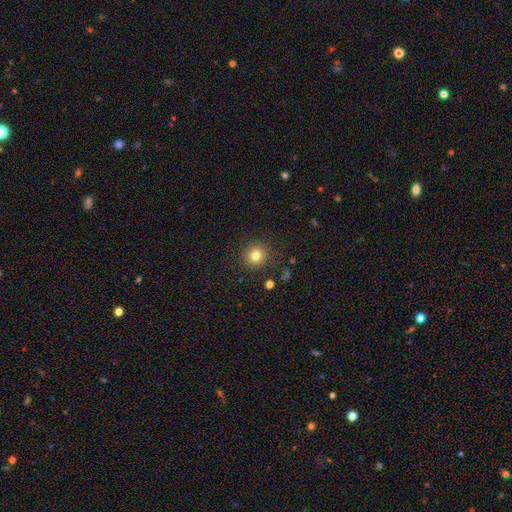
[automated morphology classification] smooth_or_featured: smooth (p=0.79) [alt: star or artifact p=0.13]
how_rounded: round (p=0.93) [alt: in between p=0.06]
merging: none (p=0.89) [alt: minor disturbance p=0.07]